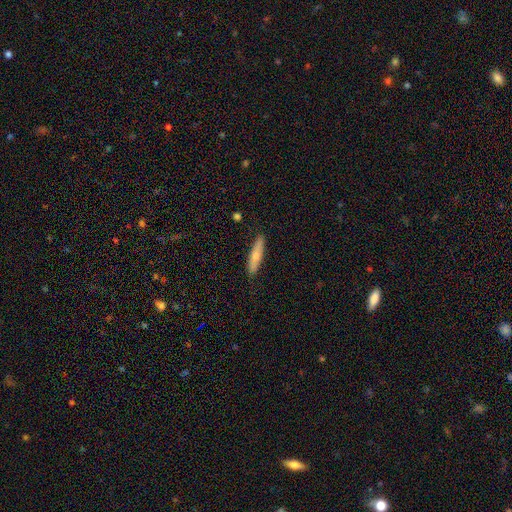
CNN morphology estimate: type=smooth (64%); roundness=cigar-shaped (84%); merging=none (87%).